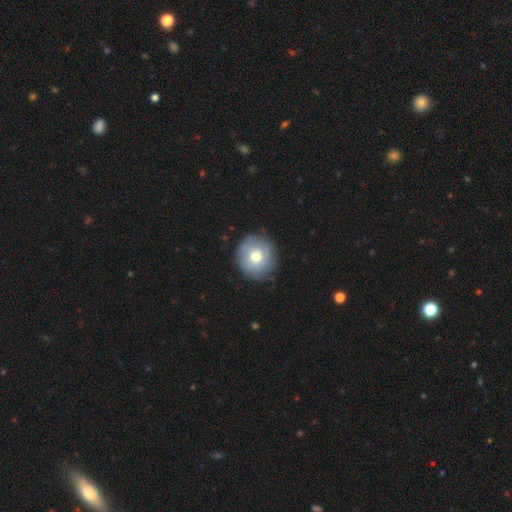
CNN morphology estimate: Smooth or featured? Predicted: smooth (p=0.72). How rounded? Predicted: round (p=0.92). Merging? Predicted: none (p=0.85).